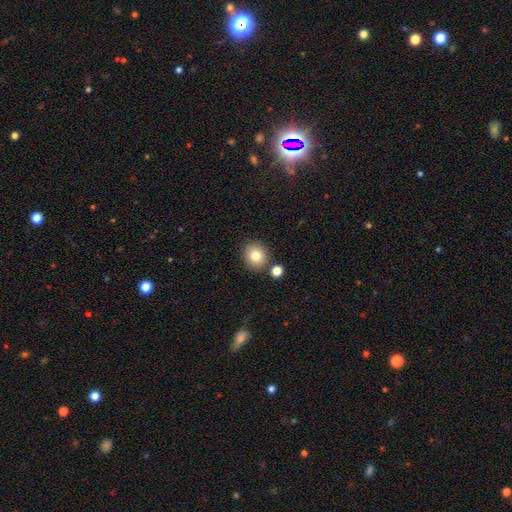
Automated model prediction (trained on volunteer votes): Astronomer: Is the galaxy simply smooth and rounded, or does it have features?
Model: smooth — 82%.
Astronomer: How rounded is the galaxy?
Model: round — 85%.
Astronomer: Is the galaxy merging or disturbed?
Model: none — 81%.